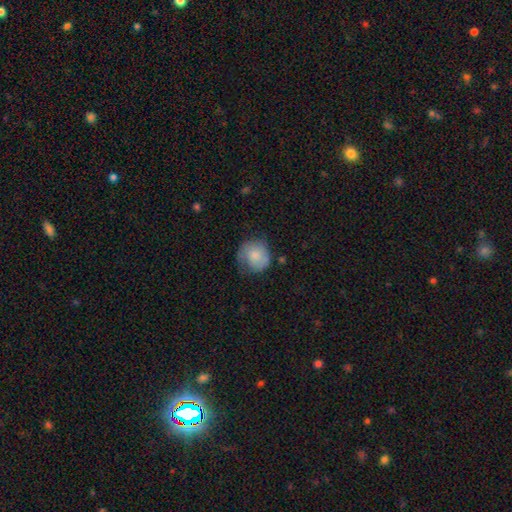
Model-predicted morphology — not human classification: A smooth galaxy with no disk features (75%) that is round (83%). Merging: none (52%).